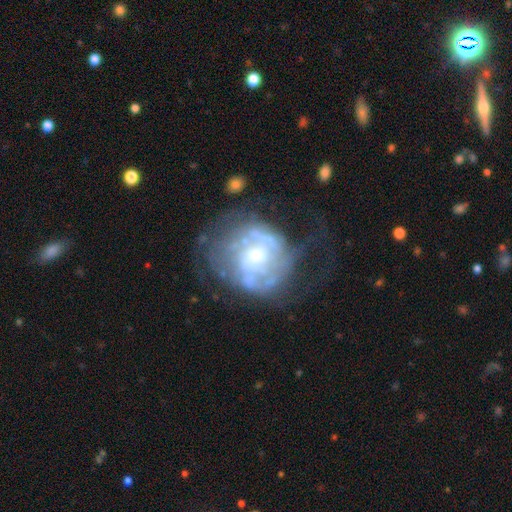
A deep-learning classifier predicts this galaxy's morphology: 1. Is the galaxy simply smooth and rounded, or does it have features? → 75% featured or disk, 18% smooth, 8% star or artifact.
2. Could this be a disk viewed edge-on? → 98% no, 2% yes.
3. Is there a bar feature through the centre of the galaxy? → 70% no, 25% weak, 5% strong.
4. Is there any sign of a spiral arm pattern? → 64% yes, 36% no.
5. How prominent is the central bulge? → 51% moderate, 36% small, 7% large, 4% none, 1% dominant.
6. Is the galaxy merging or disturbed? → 46% none, 27% major disturbance, 23% minor disturbance, 4% merger.